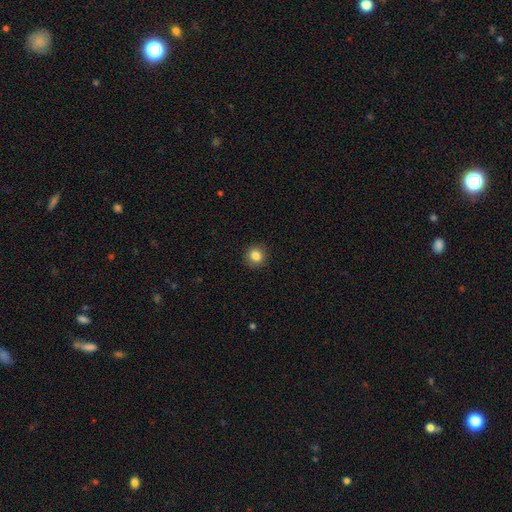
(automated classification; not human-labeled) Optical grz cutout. It shows a smooth galaxy with no disk features (84%) that is round (91%). Merging: none (91%).